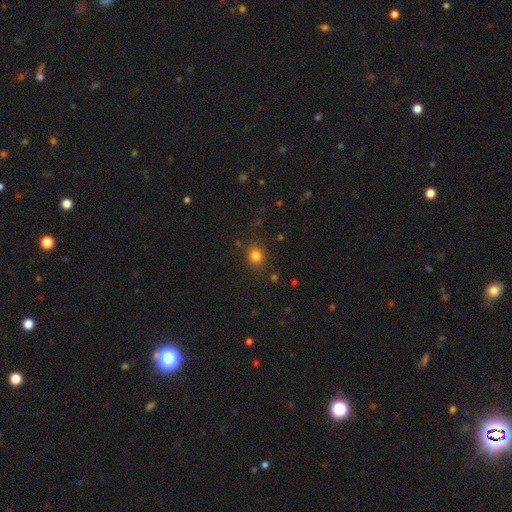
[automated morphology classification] A smooth galaxy with no disk features (81%) that is round (71%). Merging: none (85%).